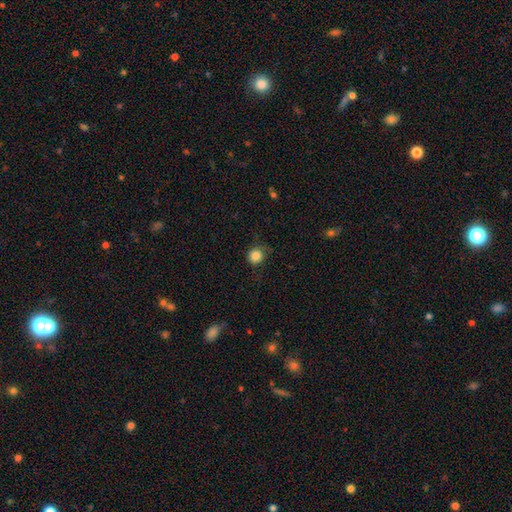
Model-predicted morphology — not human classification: This appears to be a smooth galaxy with no disk features (85%) that is round (89%). Merging: none (74%).